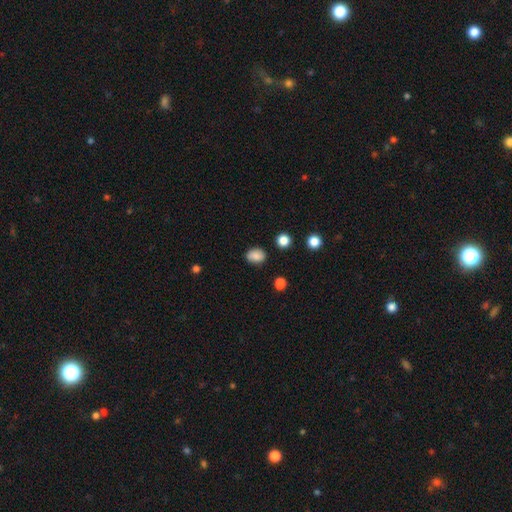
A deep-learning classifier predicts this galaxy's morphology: type=smooth (83%); roundness=in between (64%); merging=none (80%).